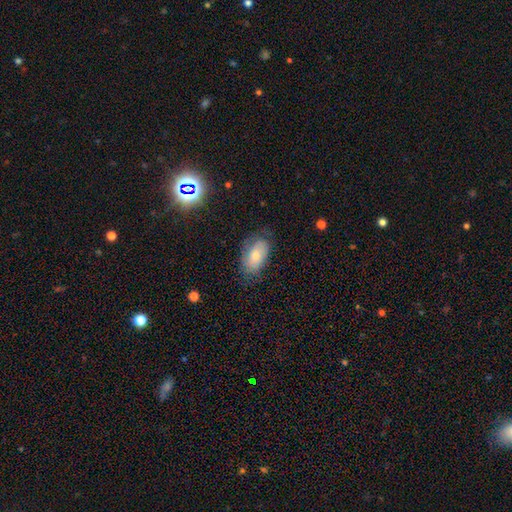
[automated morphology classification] Overall: smooth (69%). How rounded: in between (93%). Merging: none (67%).